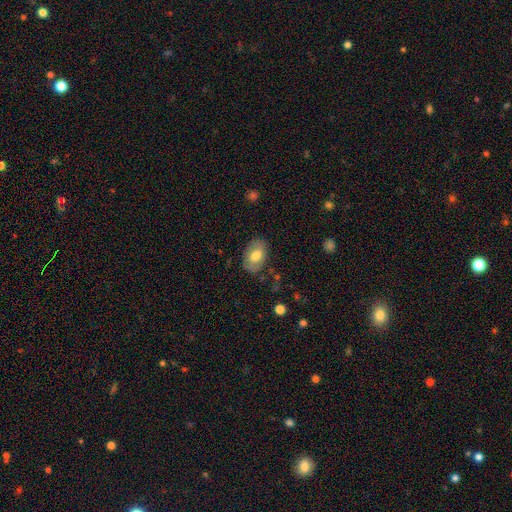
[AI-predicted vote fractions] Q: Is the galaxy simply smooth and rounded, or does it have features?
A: smooth — 70%.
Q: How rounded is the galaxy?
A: in between — 87%.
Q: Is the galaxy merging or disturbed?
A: none — 82%.